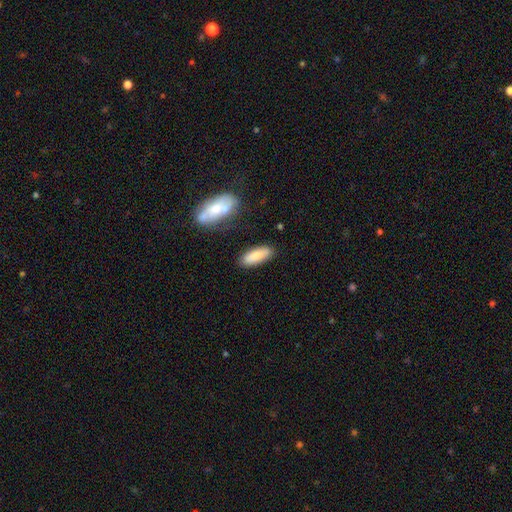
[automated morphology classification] smooth 82%, featured or disk 12%, star or artifact 6%. Down the decision tree: how rounded — in between (64%); merging — none (83%).